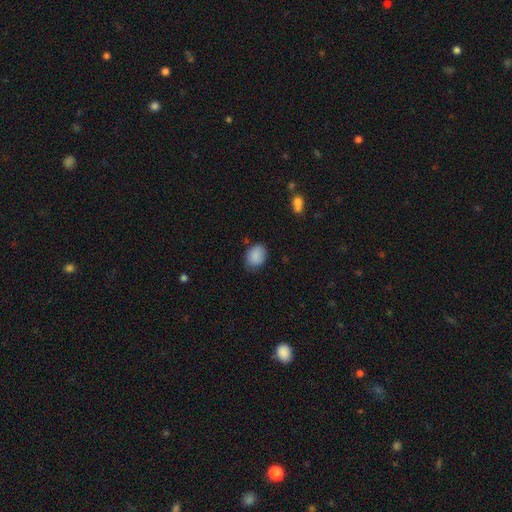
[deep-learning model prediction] Morphology: type=smooth (88%); roundness=in between (72%); merging=none (73%).